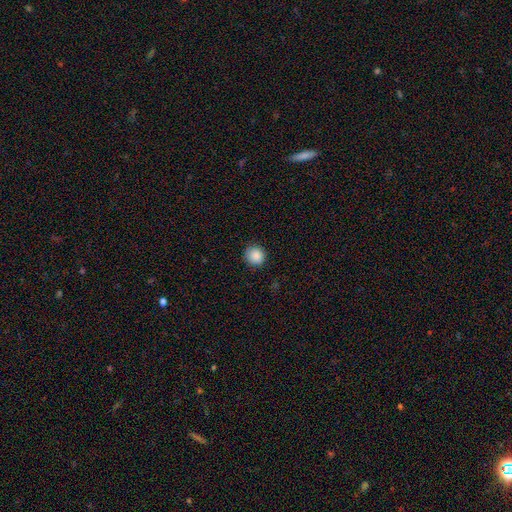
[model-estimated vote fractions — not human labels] smooth-or-featured: smooth: 88% | star or artifact: 9% | featured or disk: 3%
  how-rounded: round: 92% | in between: 7% | cigar-shaped: 1%
  merging: none: 88% | minor disturbance: 9% | major disturbance: 2% | merger: 1%